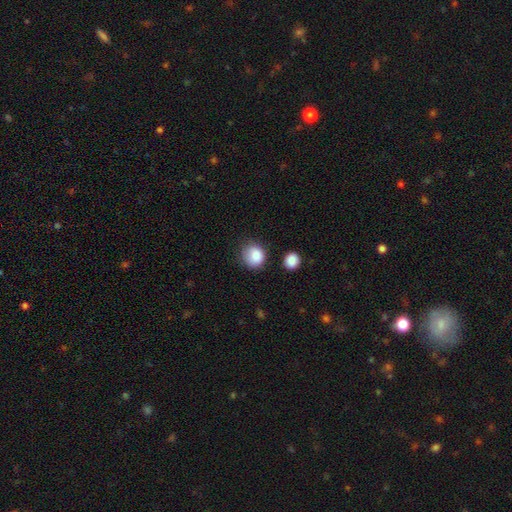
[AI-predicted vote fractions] smooth 86%, star or artifact 9%, featured or disk 5%. Down the decision tree: how rounded — round (82%); merging — none (74%).